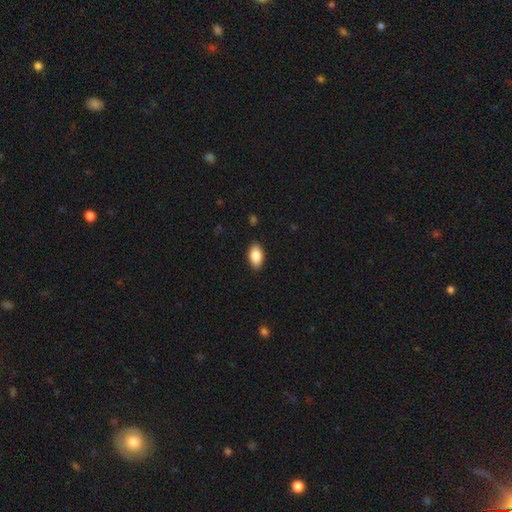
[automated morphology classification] A smooth galaxy with no disk features (85%) that is in between round and cigar-shaped (93%).

Vote fractions:
- Smooth or featured? smooth: 85% / featured or disk: 8% / star or artifact: 7%
- How rounded? in between: 93% / round: 4% / cigar-shaped: 3%
- Merging? none: 88% / minor disturbance: 9% / major disturbance: 2% / merger: 1%